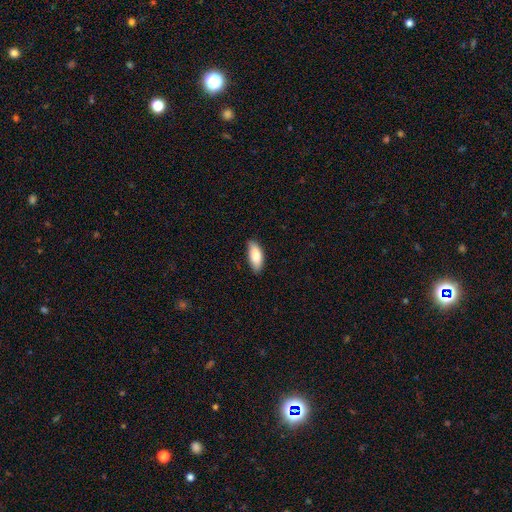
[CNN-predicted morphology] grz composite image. It shows a smooth galaxy with no disk features (86%) that is in between round and cigar-shaped (85%). Merging: none (77%).